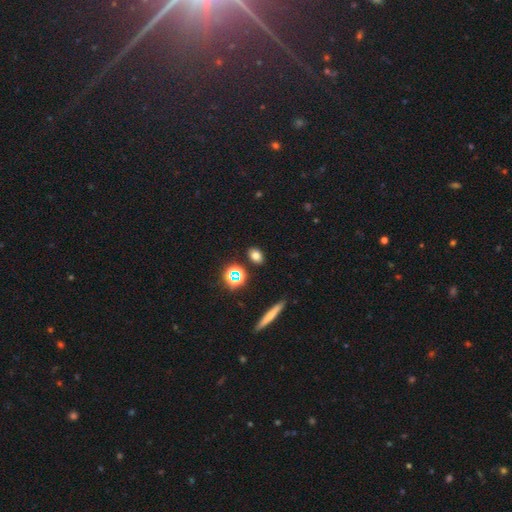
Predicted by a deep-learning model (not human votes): smooth_or_featured: smooth (p=0.74) [alt: star or artifact p=0.17]
how_rounded: in between (p=0.71) [alt: round p=0.25]
merging: none (p=0.87) [alt: minor disturbance p=0.08]